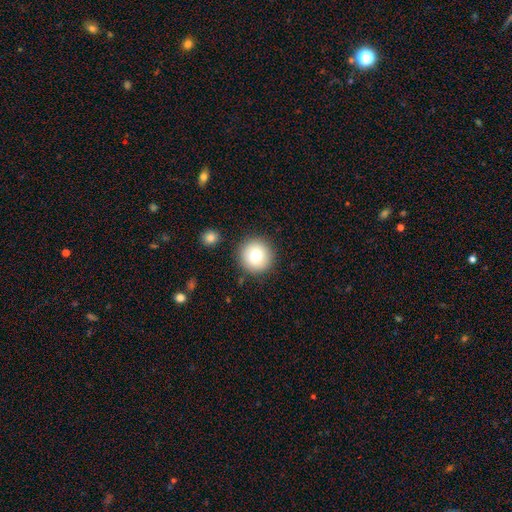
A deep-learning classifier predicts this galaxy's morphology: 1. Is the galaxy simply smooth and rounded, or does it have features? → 82% smooth, 9% featured or disk, 9% star or artifact.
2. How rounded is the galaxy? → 95% round, 4% in between, 1% cigar-shaped.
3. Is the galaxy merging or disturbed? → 87% none, 8% minor disturbance, 3% merger, 2% major disturbance.